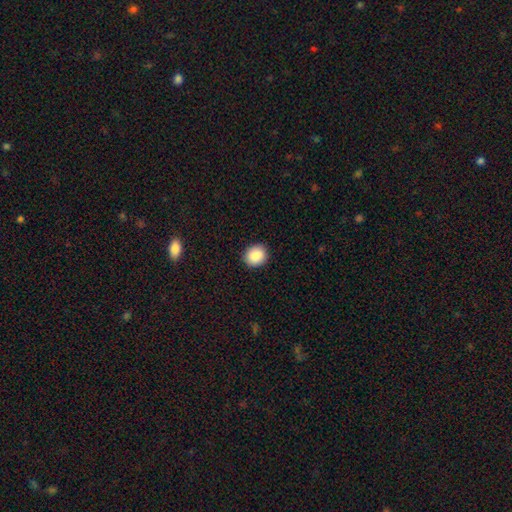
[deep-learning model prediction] smooth-or-featured: smooth: 88% | star or artifact: 8% | featured or disk: 4%
  how-rounded: round: 76% | in between: 23% | cigar-shaped: 1%
  merging: none: 90% | minor disturbance: 7% | major disturbance: 2% | merger: 1%